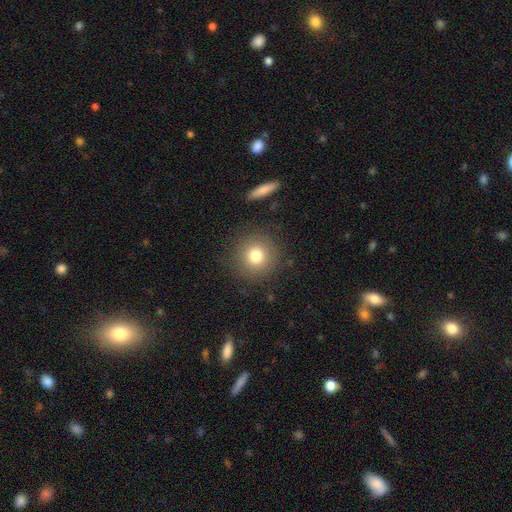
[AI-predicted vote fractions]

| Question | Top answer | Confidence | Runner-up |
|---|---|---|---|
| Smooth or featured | smooth | 78% | star or artifact (12%) |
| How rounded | round | 94% | in between (6%) |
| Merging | none | 88% | minor disturbance (7%) |